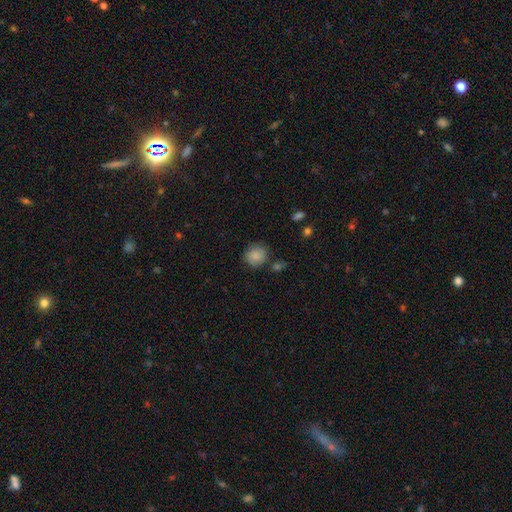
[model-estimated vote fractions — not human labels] Smooth or featured? Predicted: smooth (p=0.85). How rounded? Predicted: round (p=0.80). Merging? Predicted: none (p=0.75).